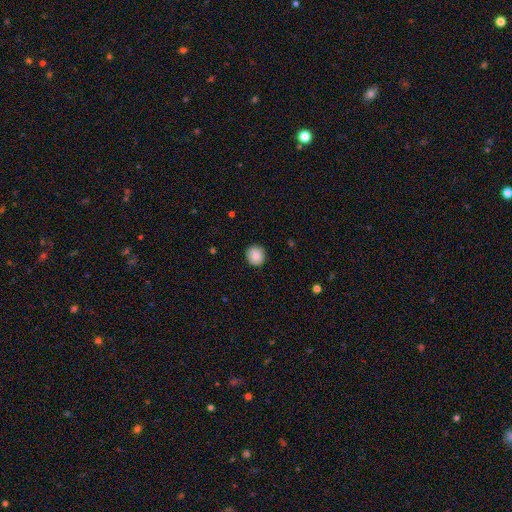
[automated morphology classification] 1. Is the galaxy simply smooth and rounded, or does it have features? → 88% smooth, 8% star or artifact, 4% featured or disk.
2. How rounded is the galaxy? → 86% round, 13% in between, 1% cigar-shaped.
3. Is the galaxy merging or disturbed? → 89% none, 8% minor disturbance, 2% major disturbance, 1% merger.